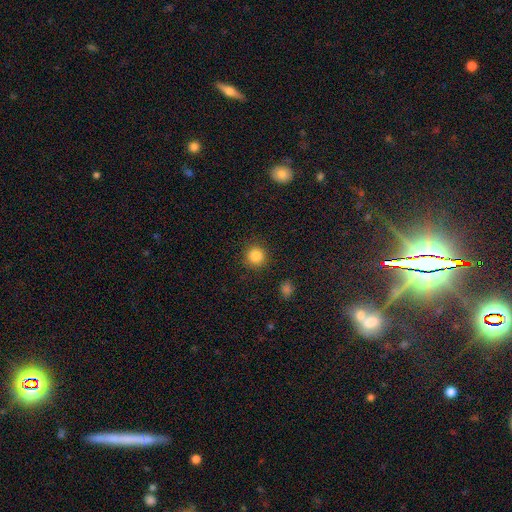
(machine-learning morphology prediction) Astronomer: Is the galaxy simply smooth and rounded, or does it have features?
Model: smooth — 85%.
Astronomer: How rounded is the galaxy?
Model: round — 94%.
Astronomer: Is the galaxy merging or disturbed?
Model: none — 90%.